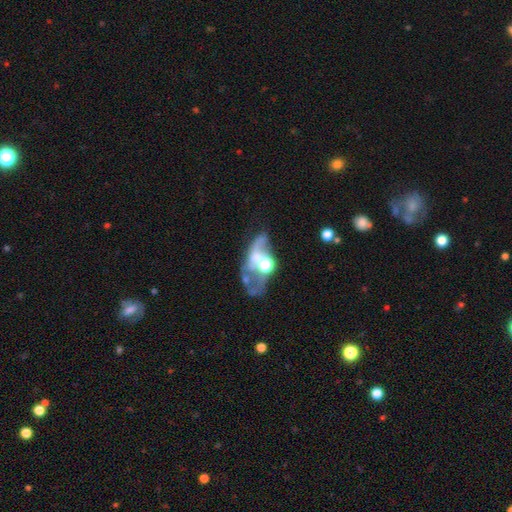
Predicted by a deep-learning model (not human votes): Smooth or featured: featured or disk — 63% (smooth — 24%)
Edge-on disk: no — 89% (yes — 11%)
Bar: no — 78% (weak — 16%)
Spiral arms: no — 61% (yes — 39%)
Bulge size: moderate — 52% (large — 20%)
Merging: major disturbance — 34% (none — 26%)